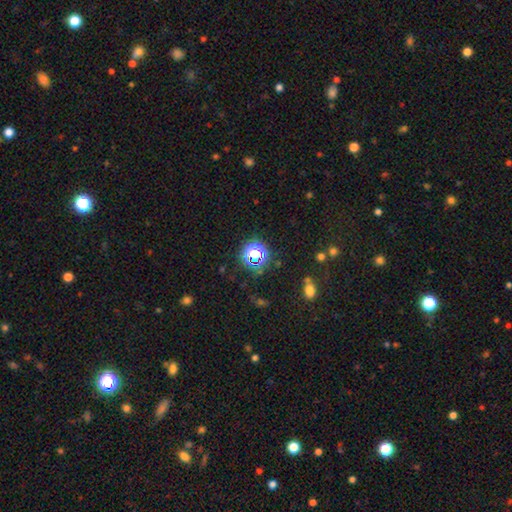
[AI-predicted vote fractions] A star or artifact, not a galaxy (62%).